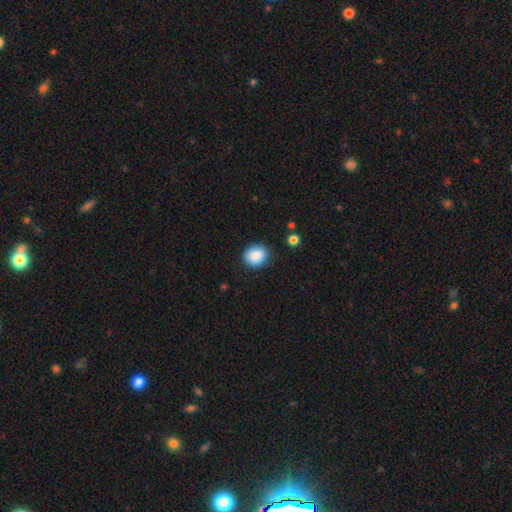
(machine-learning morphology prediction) Smooth or featured? Predicted: smooth (p=0.87). How rounded? Predicted: round (p=0.66). Merging? Predicted: none (p=0.87).